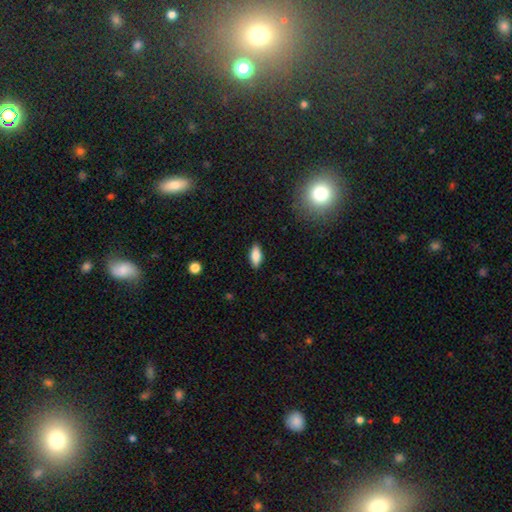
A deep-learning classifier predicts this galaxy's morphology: This appears to be a smooth galaxy with no disk features (81%) that is in between round and cigar-shaped (83%). Merging: none (88%).